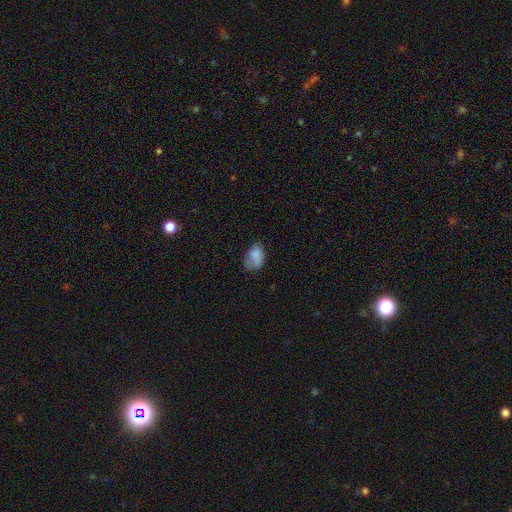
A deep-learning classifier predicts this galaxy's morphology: The model was most divided on "merging": none: 44%, minor disturbance: 32%, major disturbance: 21%, merger: 2%. More confident: how rounded — in between (81%); smooth or featured — smooth (72%).